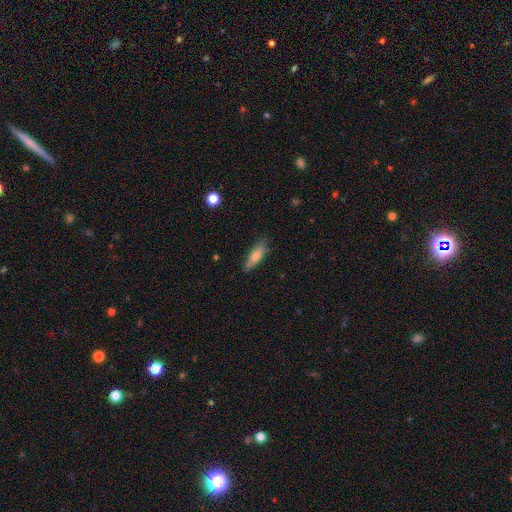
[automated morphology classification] smooth_or_featured: smooth (p=0.72) [alt: featured or disk p=0.21]
how_rounded: cigar-shaped (p=0.58) [alt: in between p=0.40]
merging: none (p=0.79) [alt: minor disturbance p=0.17]